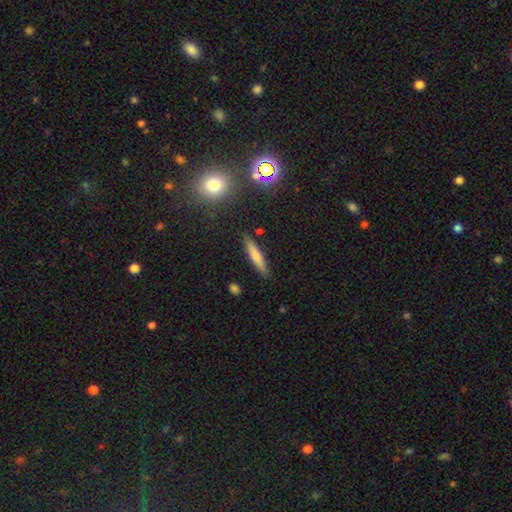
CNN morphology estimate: A smooth galaxy with no disk features (72%) that is cigar-shaped (90%).

Vote fractions:
- Smooth or featured? smooth: 72% / featured or disk: 21% / star or artifact: 7%
- How rounded? cigar-shaped: 90% / in between: 9% / round: 2%
- Merging? none: 87% / minor disturbance: 9% / merger: 2% / major disturbance: 2%